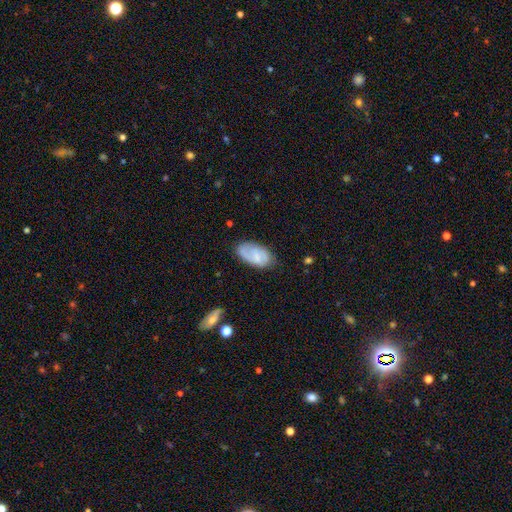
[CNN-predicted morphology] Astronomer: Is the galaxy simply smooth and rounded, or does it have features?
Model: smooth — 54% (runner-up: featured or disk, 39%).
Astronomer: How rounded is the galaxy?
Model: in between — 93%.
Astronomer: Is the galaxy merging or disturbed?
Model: none — 68%.